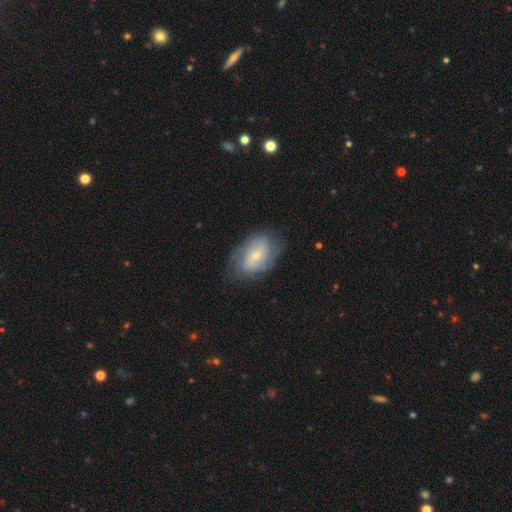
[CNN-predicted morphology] A featured or disk galaxy (60%) with no bar (46%), spiral arms (75%) and a small central bulge (69%).

Vote fractions:
- Smooth or featured? featured or disk: 60% / smooth: 33% / star or artifact: 7%
- Edge-on disk? no: 94% / yes: 6%
- Bar? no: 46% / weak: 39% / strong: 15%
- Spiral arms? yes: 75% / no: 25%
- Bulge size? small: 69% / moderate: 27% / none: 2% / large: 2% / dominant: 1%
- Merging? none: 70% / minor disturbance: 21% / major disturbance: 8% / merger: 1%